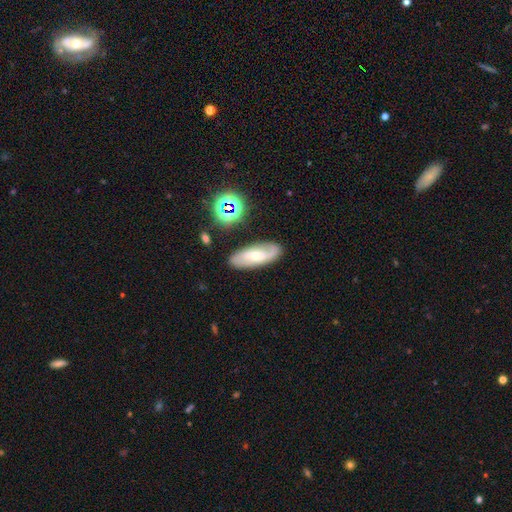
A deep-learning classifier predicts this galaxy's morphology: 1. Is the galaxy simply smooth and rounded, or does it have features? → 60% featured or disk, 30% smooth, 10% star or artifact.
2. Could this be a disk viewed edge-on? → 86% no, 14% yes.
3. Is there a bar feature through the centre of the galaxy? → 49% no, 37% weak, 14% strong.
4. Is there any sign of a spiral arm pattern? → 85% yes, 15% no.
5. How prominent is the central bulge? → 49% small, 45% moderate, 3% large, 2% none, 1% dominant.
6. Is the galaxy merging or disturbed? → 81% none, 13% minor disturbance, 3% major disturbance, 3% merger.